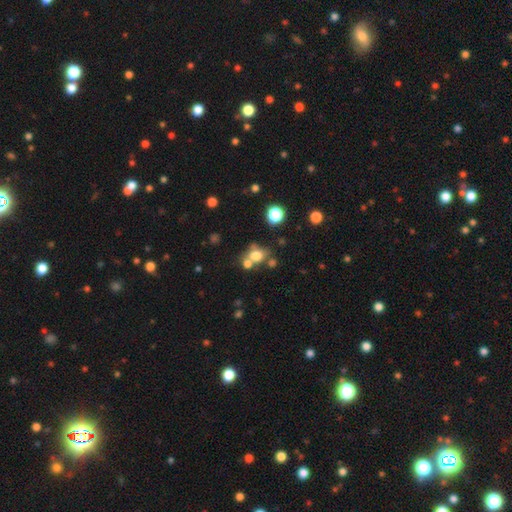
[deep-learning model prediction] smooth_or_featured: smooth (p=0.71) [alt: star or artifact p=0.15]
how_rounded: round (p=0.62) [alt: in between p=0.37]
merging: none (p=0.47) [alt: merger p=0.35]